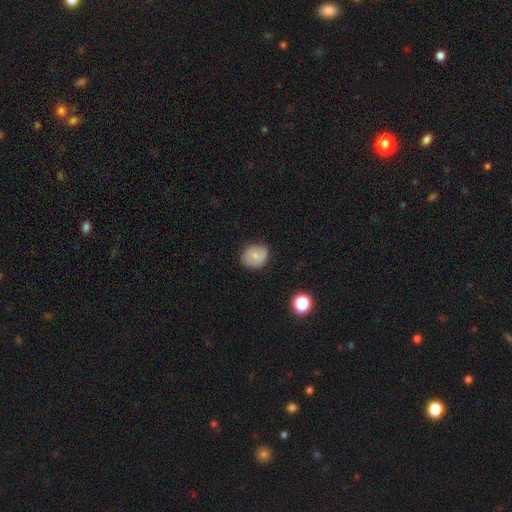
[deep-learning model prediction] Overall: smooth (67%). How rounded: round (62%; in between 37%). Merging: none (77%).